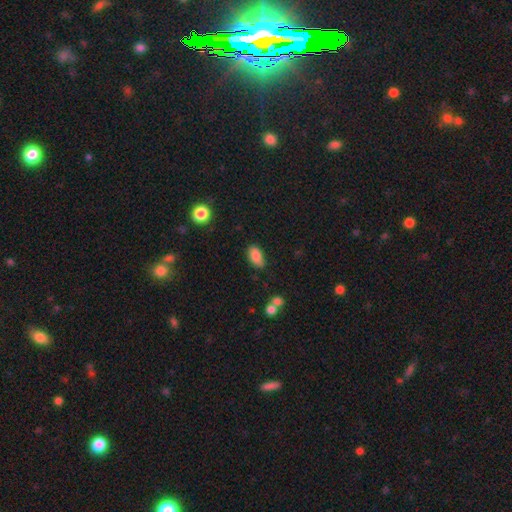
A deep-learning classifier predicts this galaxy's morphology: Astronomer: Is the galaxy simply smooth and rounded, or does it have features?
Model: smooth — 85%.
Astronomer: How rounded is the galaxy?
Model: in between — 91%.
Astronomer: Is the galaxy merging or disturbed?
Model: none — 72%.